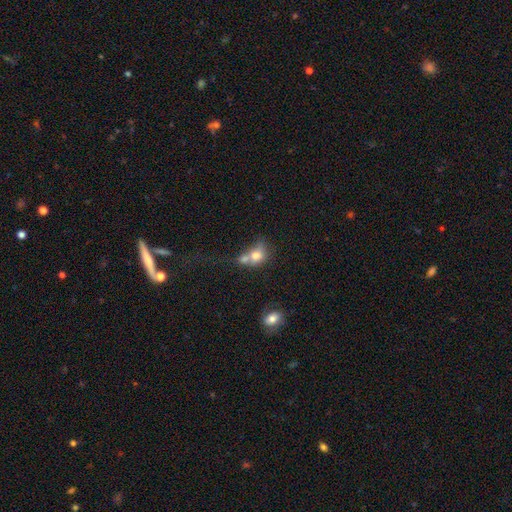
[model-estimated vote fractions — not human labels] The model was most divided on "how rounded": round: 53%, in between: 46%, cigar-shaped: 2%. More confident: smooth or featured — smooth (72%); merging — merger (59%).